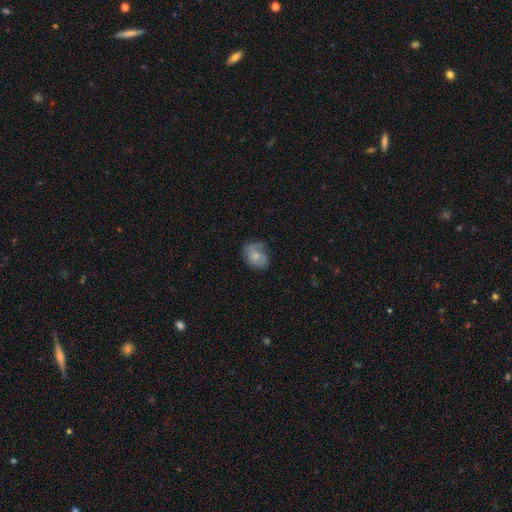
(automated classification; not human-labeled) Overall: smooth (62%; featured or disk 30%). How rounded: in between (50%; round 49%). Merging: none (60%; minor disturbance 28%).